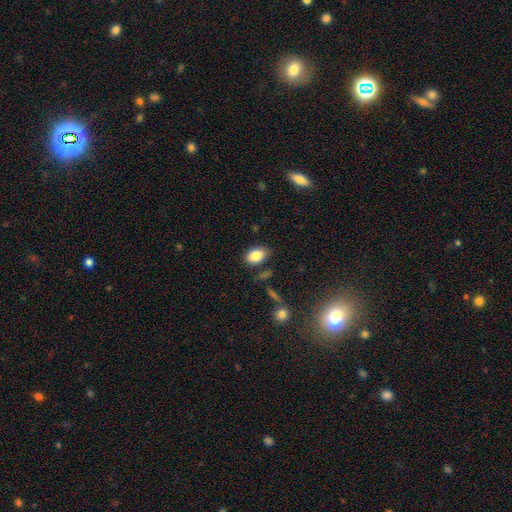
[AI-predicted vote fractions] Smooth or featured: smooth — 85% (star or artifact — 8%)
How rounded: in between — 85% (round — 14%)
Merging: none — 79% (minor disturbance — 14%)